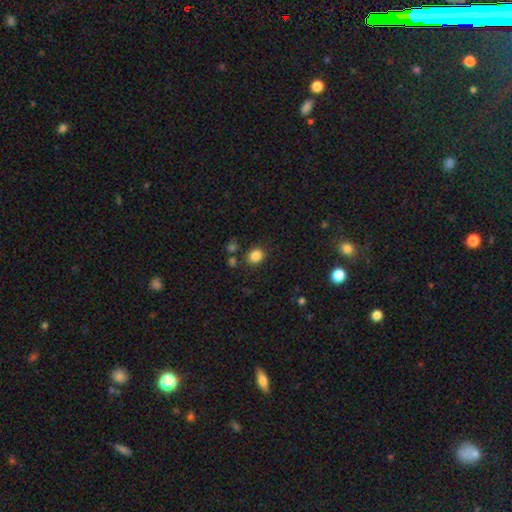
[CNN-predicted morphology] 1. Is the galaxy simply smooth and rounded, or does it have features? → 85% smooth, 10% star or artifact, 4% featured or disk.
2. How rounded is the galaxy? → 52% round, 47% in between, 1% cigar-shaped.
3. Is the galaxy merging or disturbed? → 83% none, 10% minor disturbance, 4% merger, 3% major disturbance.